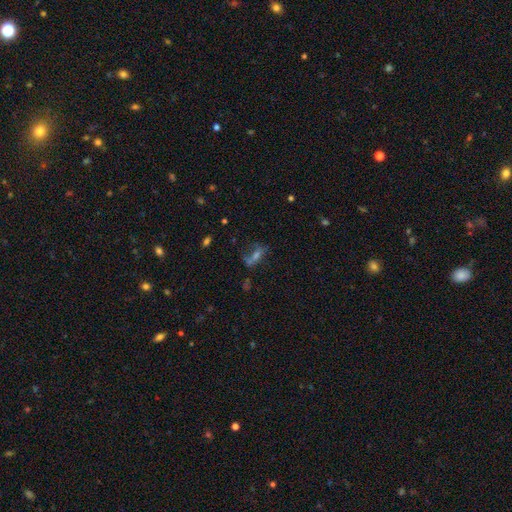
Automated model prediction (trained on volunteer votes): featured or disk 39%, smooth 32%, star or artifact 29%. Down the decision tree: merging — none (47%).